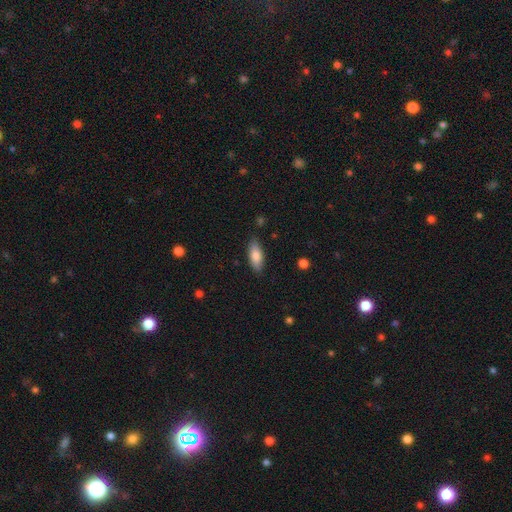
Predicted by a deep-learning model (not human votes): The model was most divided on "how rounded": in between: 78%, cigar-shaped: 20%, round: 2%. More confident: merging — none (84%); smooth or featured — smooth (80%).